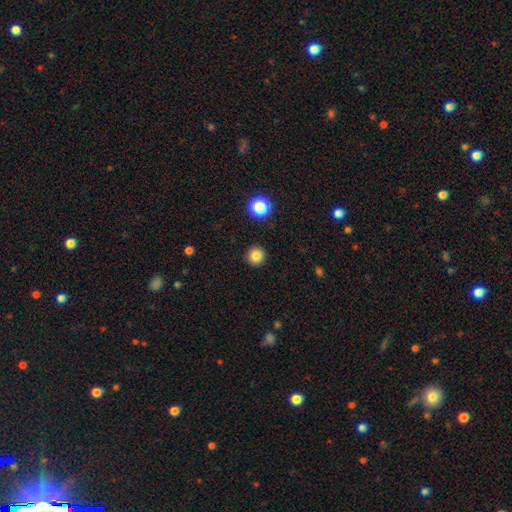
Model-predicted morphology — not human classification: smooth 83%, star or artifact 12%, featured or disk 4%. Down the decision tree: how rounded — round (94%); merging — none (92%).